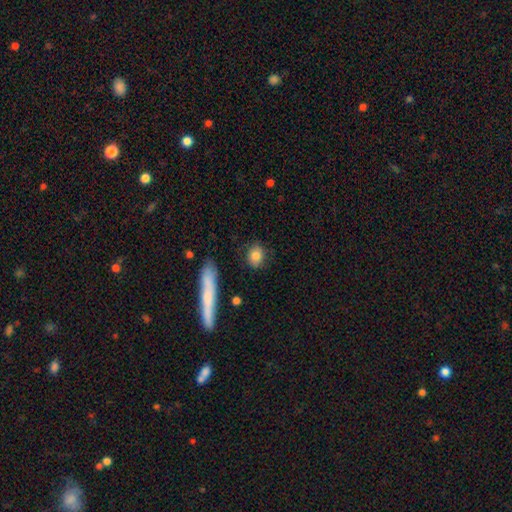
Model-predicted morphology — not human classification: type=smooth (82%); roundness=round (62%); merging=none (82%).